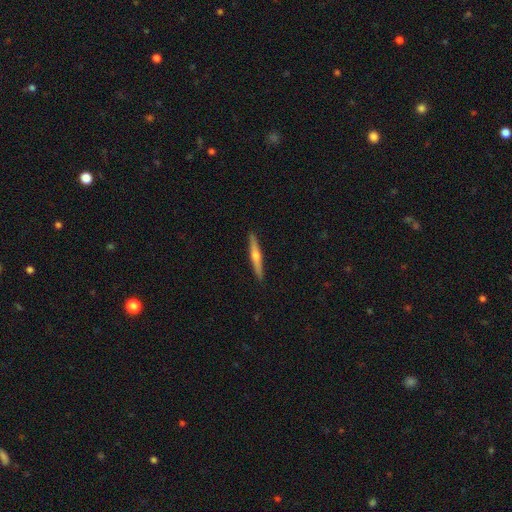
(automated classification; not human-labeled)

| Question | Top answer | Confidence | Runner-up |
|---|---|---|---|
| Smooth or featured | featured or disk | 66% | smooth (29%) |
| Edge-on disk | yes | 98% | no (2%) |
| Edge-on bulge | rounded | 89% | none (7%) |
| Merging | none | 92% | minor disturbance (5%) |